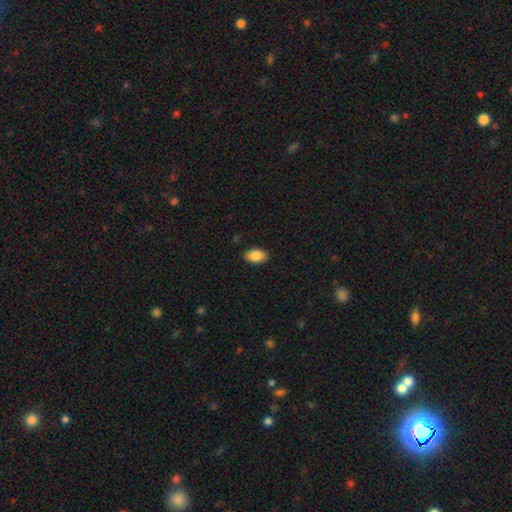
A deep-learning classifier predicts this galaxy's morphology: This appears to be a smooth galaxy with no disk features (88%) that is in between round and cigar-shaped (92%). Merging: none (89%).